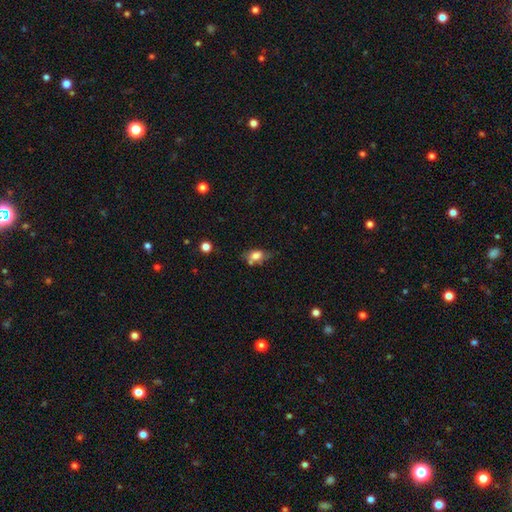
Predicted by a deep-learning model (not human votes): smooth 71%, featured or disk 19%, star or artifact 10%. Down the decision tree: how rounded — in between (81%); merging — none (48%).